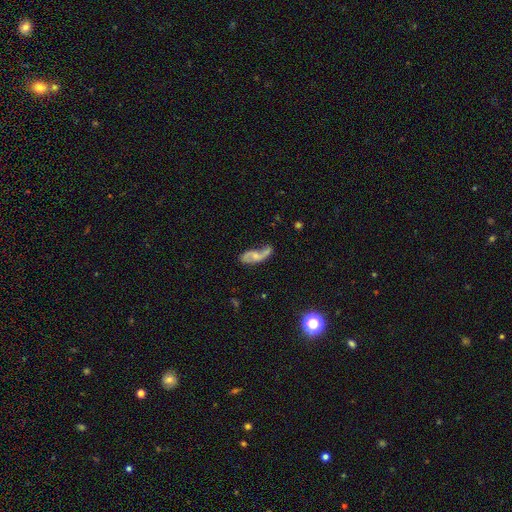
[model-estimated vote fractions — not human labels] Overall: featured or disk (70%). Edge-on disk: no (93%). Bar: no (56%; weak 34%). Spiral arms: yes (88%). Spiral arm count: 2 (83%). Spiral winding: loose (72%). Bulge size: small (51%; moderate 31%). Merging: none (45%; minor disturbance 26%).